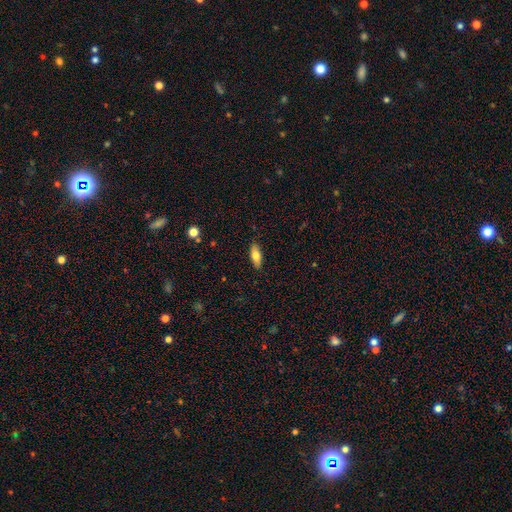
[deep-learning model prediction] Overall: smooth (76%). How rounded: in between (73%). Merging: none (88%).